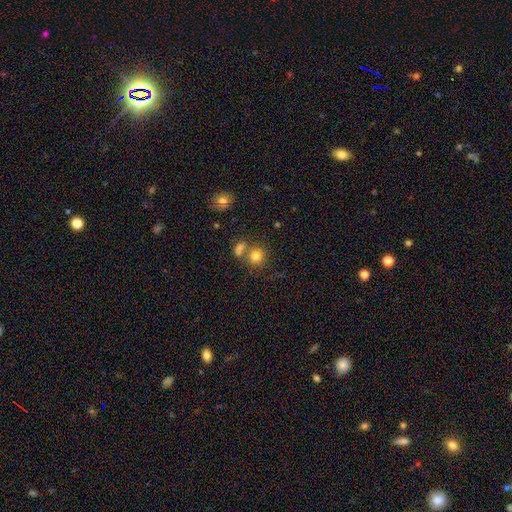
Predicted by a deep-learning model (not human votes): Smooth or featured?
  - smooth: 78% *
  - star or artifact: 13%
  - featured or disk: 9%
How rounded?
  - round: 85% *
  - in between: 14%
  - cigar-shaped: 1%
Merging?
  - none: 61% *
  - merger: 25%
  - minor disturbance: 10%
  - major disturbance: 4%